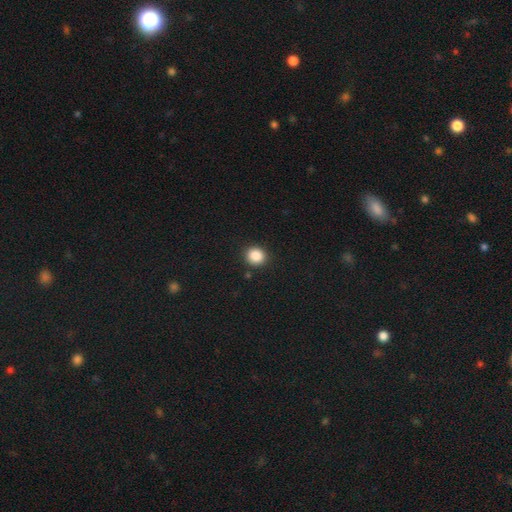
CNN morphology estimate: smooth_or_featured: smooth (p=0.87) [alt: star or artifact p=0.10]
how_rounded: round (p=0.84) [alt: in between p=0.15]
merging: none (p=0.90) [alt: minor disturbance p=0.07]